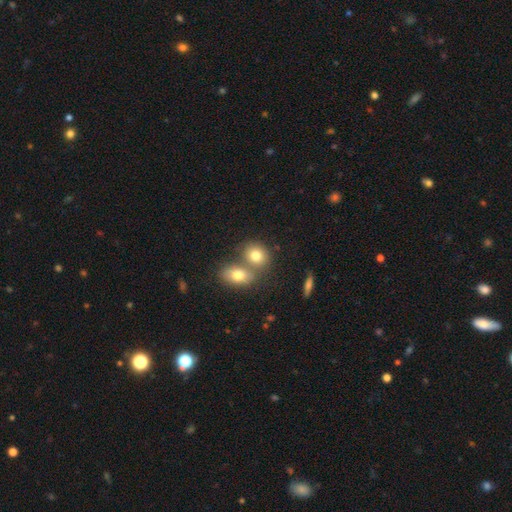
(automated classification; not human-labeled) Morphology: type=smooth (77%); roundness=round (57%); merging=merger (46%).